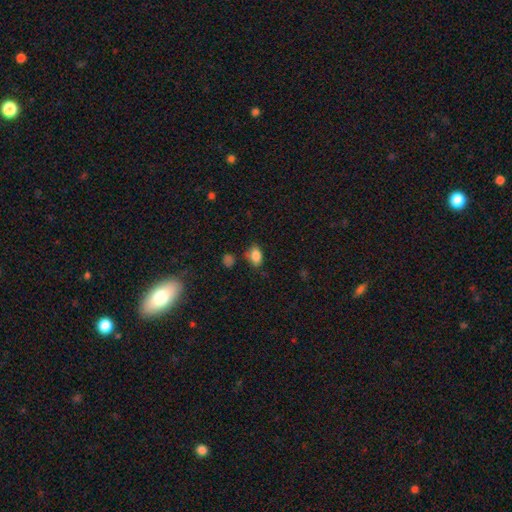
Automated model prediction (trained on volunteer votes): Overall: smooth (84%). How rounded: in between (83%). Merging: none (72%).